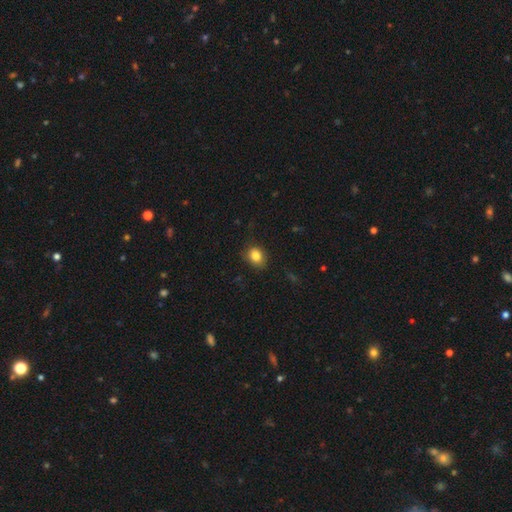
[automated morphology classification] A smooth galaxy with no disk features (84%) that is round (55%).

Vote fractions:
- Smooth or featured? smooth: 84% / star or artifact: 10% / featured or disk: 6%
- How rounded? round: 55% / in between: 44% / cigar-shaped: 1%
- Merging? none: 80% / minor disturbance: 16% / major disturbance: 4% / merger: 1%